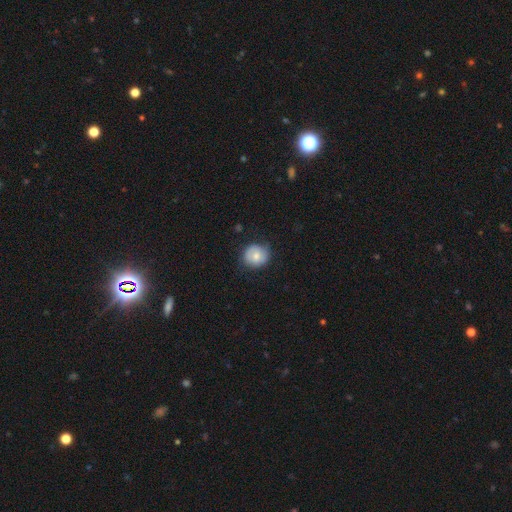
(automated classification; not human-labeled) Smooth or featured: smooth — 69% (featured or disk — 23%)
How rounded: round — 83% (in between — 16%)
Merging: none — 75% (minor disturbance — 19%)